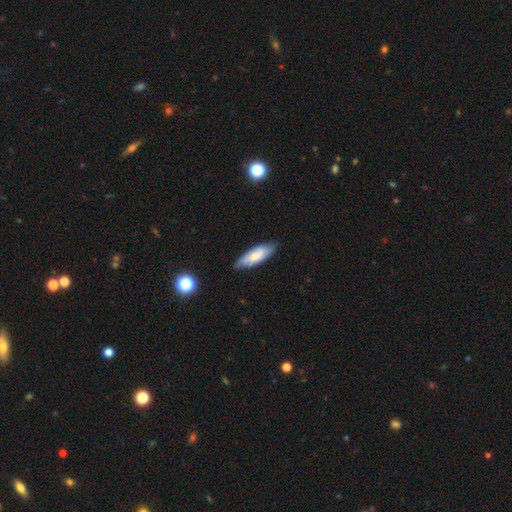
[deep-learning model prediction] smooth 68%, featured or disk 26%, star or artifact 6%. Down the decision tree: how rounded — in between (60%); merging — none (81%).